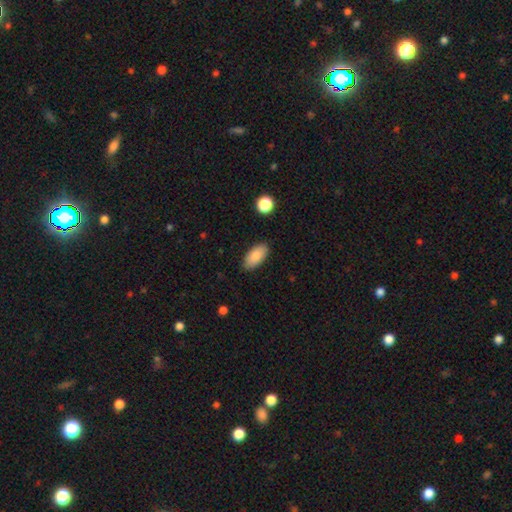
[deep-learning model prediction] A smooth galaxy with no disk features (86%) that is in between round and cigar-shaped (92%).

Vote fractions:
- Smooth or featured? smooth: 86% / featured or disk: 7% / star or artifact: 7%
- How rounded? in between: 92% / cigar-shaped: 5% / round: 2%
- Merging? none: 86% / minor disturbance: 10% / major disturbance: 2% / merger: 1%